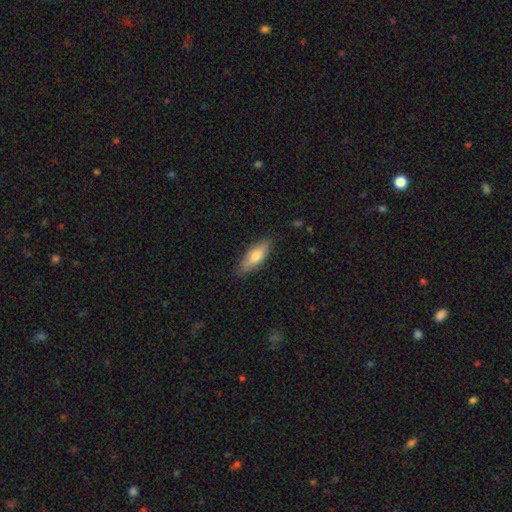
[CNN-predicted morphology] The model was most divided on "how rounded": in between: 53%, cigar-shaped: 45%, round: 2%. More confident: merging — none (83%); smooth or featured — smooth (64%).